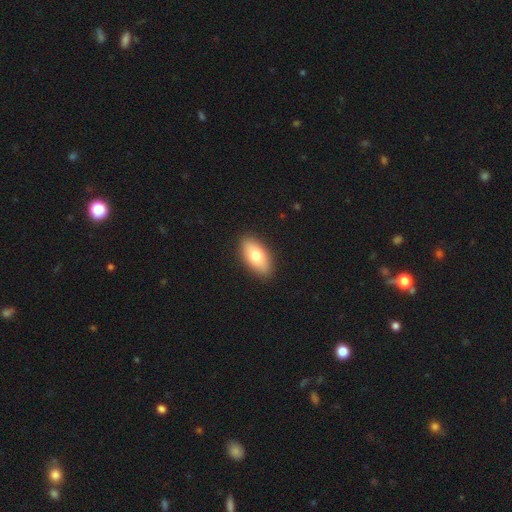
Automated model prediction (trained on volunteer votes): Morphology: type=smooth (75%); roundness=in between (90%); merging=none (90%).